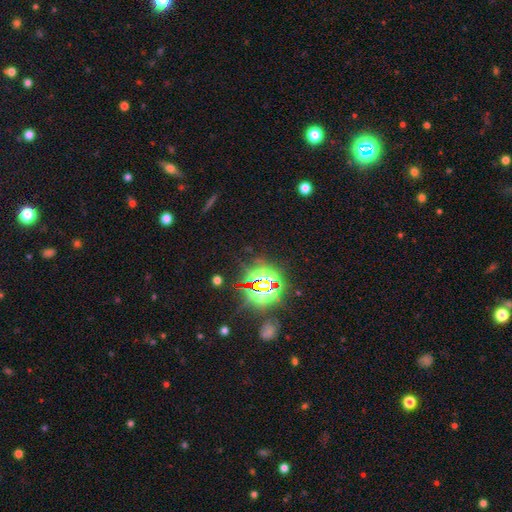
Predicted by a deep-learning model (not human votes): star or artifact 81%, smooth 11%, featured or disk 7%.